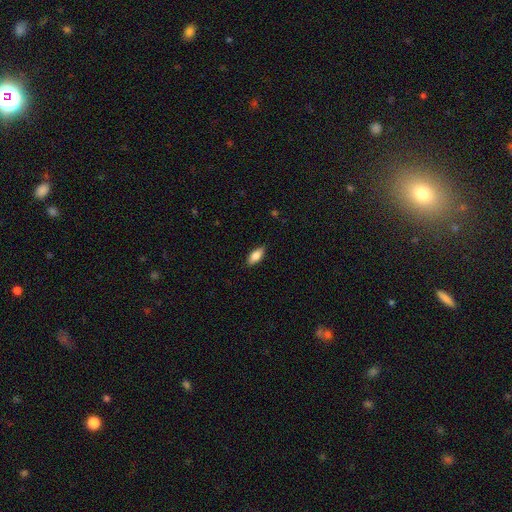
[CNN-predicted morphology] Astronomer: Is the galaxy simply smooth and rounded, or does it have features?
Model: smooth — 80%.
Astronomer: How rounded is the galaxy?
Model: in between — 80%.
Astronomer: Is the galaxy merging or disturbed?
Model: none — 87%.